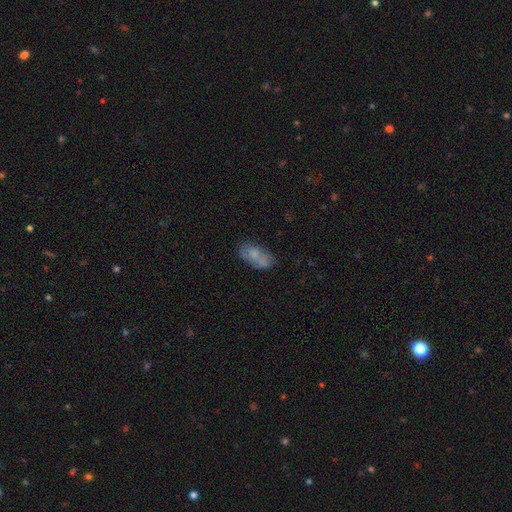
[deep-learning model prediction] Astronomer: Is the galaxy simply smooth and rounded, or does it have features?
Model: smooth — 65%.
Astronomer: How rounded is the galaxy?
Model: in between — 90%.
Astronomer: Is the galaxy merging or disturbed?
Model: none — 60%.